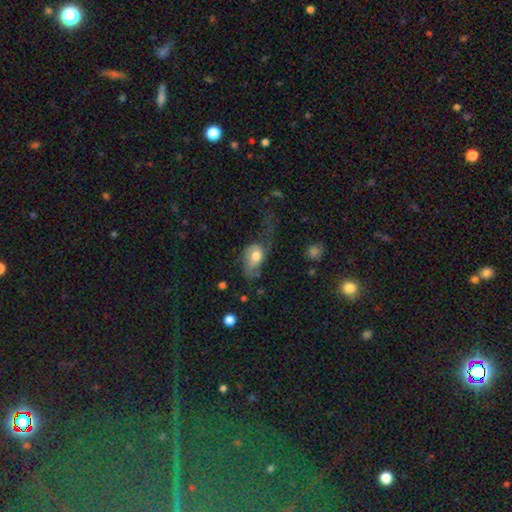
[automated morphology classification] type=smooth (59%); roundness=in between (84%); merging=major disturbance (52%).